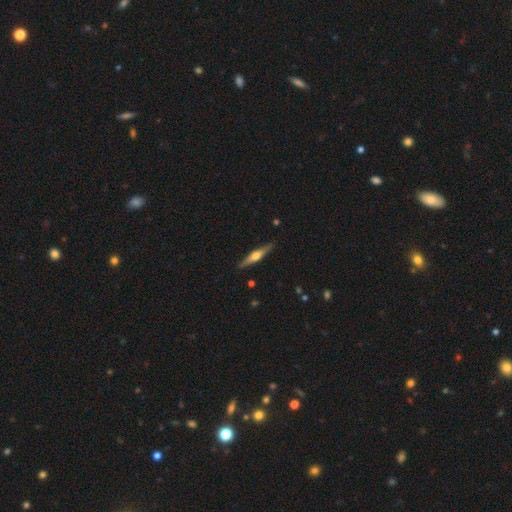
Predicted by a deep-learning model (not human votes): Morphology: type=featured or disk (64%); edge-on=yes (97%); edge-on bulge=rounded (89%); merging=none (90%).